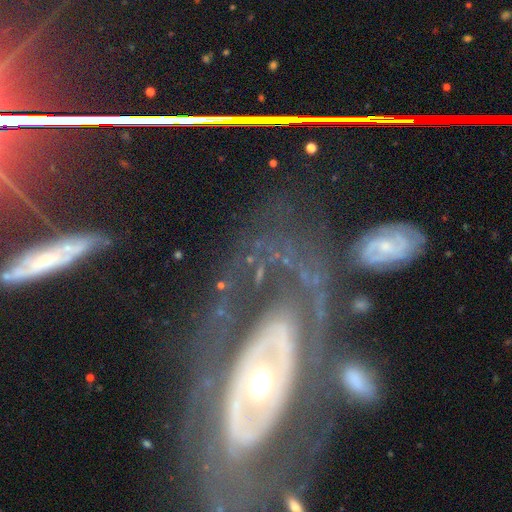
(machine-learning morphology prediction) smooth_or_featured: featured or disk (p=0.78) [alt: smooth p=0.12]
disk_edge_on: no (p=0.86) [alt: yes p=0.14]
bar: no (p=0.65) [alt: weak p=0.18]
has_spiral_arms: yes (p=0.54) [alt: no p=0.46]
bulge_size: moderate (p=0.66) [alt: small p=0.22]
merging: none (p=0.63) [alt: major disturbance p=0.16]